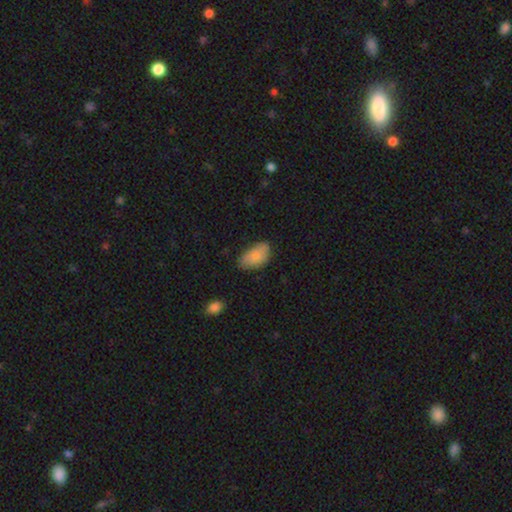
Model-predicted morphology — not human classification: Overall: smooth (81%). How rounded: in between (93%). Merging: none (64%; minor disturbance 29%).